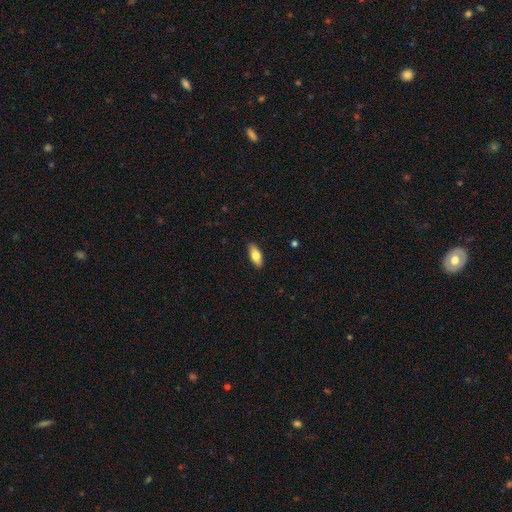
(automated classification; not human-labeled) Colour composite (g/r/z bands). It shows a smooth galaxy with no disk features (74%) that is in between round and cigar-shaped (82%). Merging: none (88%).